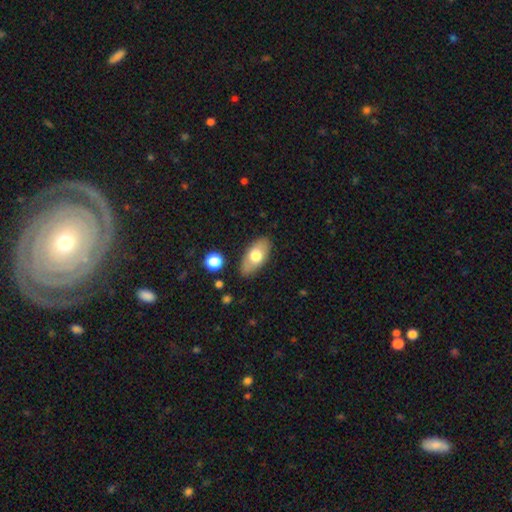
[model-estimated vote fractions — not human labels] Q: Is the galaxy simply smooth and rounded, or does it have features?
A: smooth — 68%.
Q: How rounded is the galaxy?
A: in between — 90%.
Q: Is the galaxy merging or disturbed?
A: none — 83%.